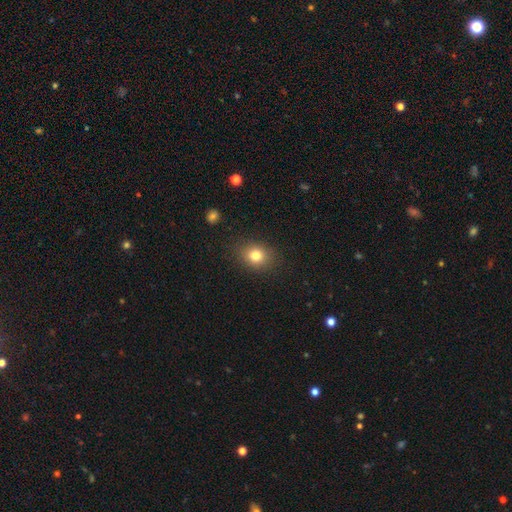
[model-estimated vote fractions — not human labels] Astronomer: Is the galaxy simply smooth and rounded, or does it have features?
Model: smooth — 80%.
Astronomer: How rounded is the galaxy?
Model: round — 57% (runner-up: in between, 42%).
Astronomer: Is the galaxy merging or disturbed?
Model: none — 86%.